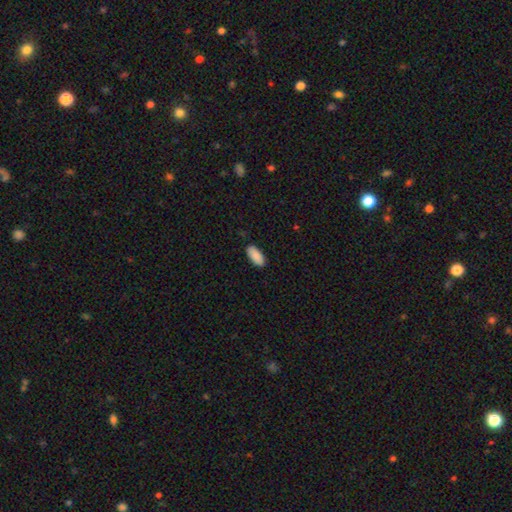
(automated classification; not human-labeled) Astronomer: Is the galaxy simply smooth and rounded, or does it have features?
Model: smooth — 91%.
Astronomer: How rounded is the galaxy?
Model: in between — 90%.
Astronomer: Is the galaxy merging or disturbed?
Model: none — 89%.